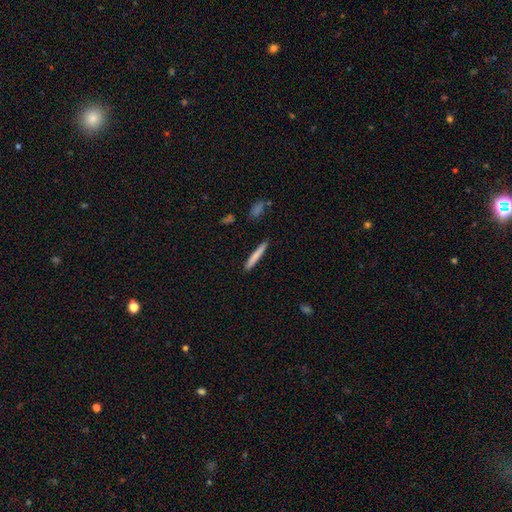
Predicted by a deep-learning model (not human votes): smooth_or_featured: smooth (p=0.77) [alt: featured or disk p=0.18]
how_rounded: cigar-shaped (p=0.95) [alt: in between p=0.04]
merging: none (p=0.90) [alt: minor disturbance p=0.07]